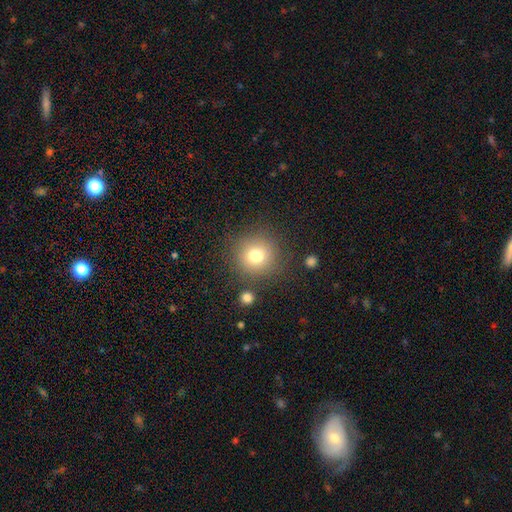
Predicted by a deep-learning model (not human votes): smooth-or-featured: smooth: 76% | star or artifact: 14% | featured or disk: 10%
  how-rounded: round: 94% | in between: 6% | cigar-shaped: 1%
  merging: none: 83% | minor disturbance: 9% | merger: 4% | major disturbance: 4%